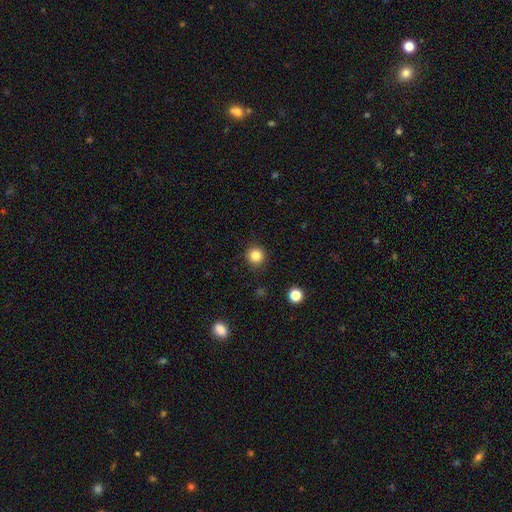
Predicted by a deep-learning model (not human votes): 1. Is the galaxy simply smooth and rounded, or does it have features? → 84% smooth, 12% star or artifact, 5% featured or disk.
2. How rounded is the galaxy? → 94% round, 5% in between, 1% cigar-shaped.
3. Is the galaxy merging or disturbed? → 91% none, 6% minor disturbance, 2% major disturbance, 1% merger.